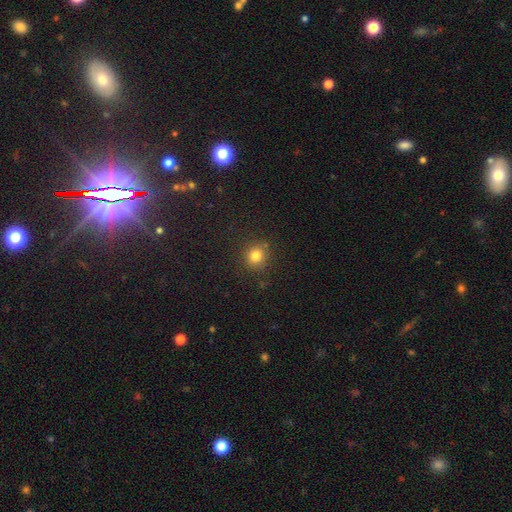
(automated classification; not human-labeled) This appears to be a smooth galaxy with no disk features (81%) that is round (85%). Merging: none (86%).